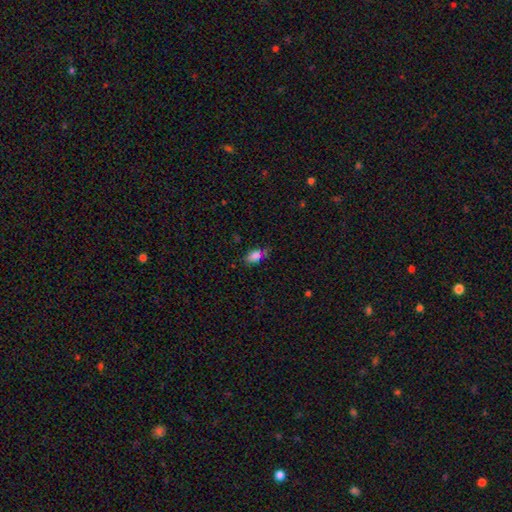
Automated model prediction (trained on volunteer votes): Smooth or featured: smooth — 80% (star or artifact — 13%)
How rounded: in between — 85% (round — 12%)
Merging: none — 62% (minor disturbance — 24%)